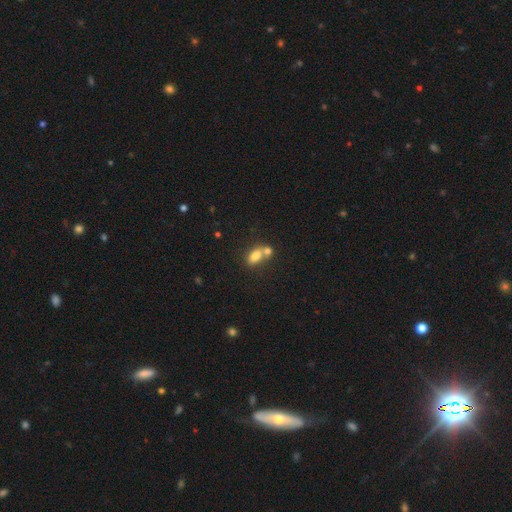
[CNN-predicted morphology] A smooth galaxy with no disk features (77%) that is in between round and cigar-shaped (82%). Merging: merger (54%).